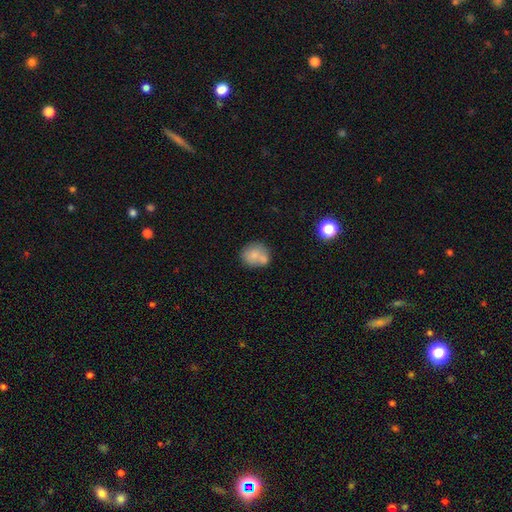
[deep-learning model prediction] smooth 74%, featured or disk 17%, star or artifact 9%. Down the decision tree: how rounded — round (73%); merging — none (48%).